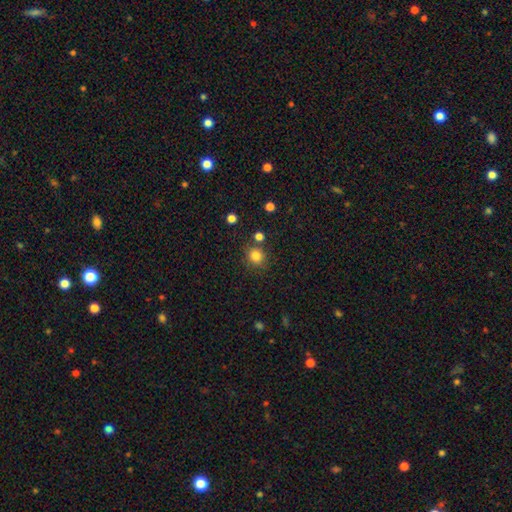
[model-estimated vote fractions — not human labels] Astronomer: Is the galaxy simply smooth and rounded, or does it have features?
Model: smooth — 82%.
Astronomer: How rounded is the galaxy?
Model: round — 83%.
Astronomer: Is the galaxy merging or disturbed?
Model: none — 78%.